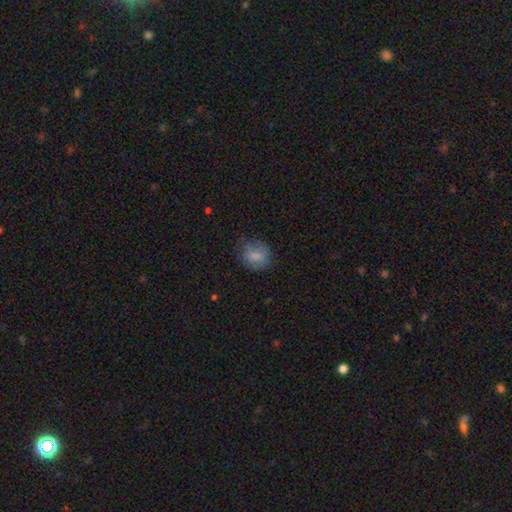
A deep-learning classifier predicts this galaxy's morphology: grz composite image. It shows a smooth galaxy with no disk features (77%) that is round (73%). Merging: none (64%).